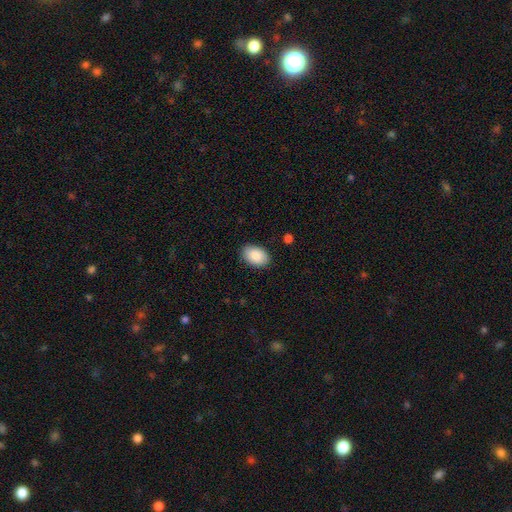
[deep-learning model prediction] Smooth or featured? smooth (89%)
How rounded? in between (88%)
Merging? none (87%)